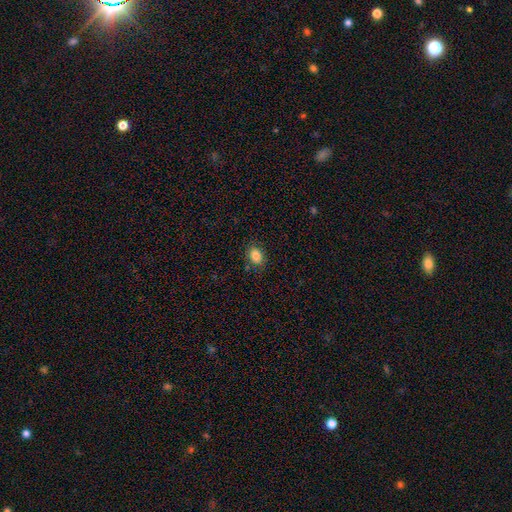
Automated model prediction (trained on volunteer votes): This is clearly a smooth galaxy (85%). How rounded: likely in between (65%). Merging: clearly none (83%).